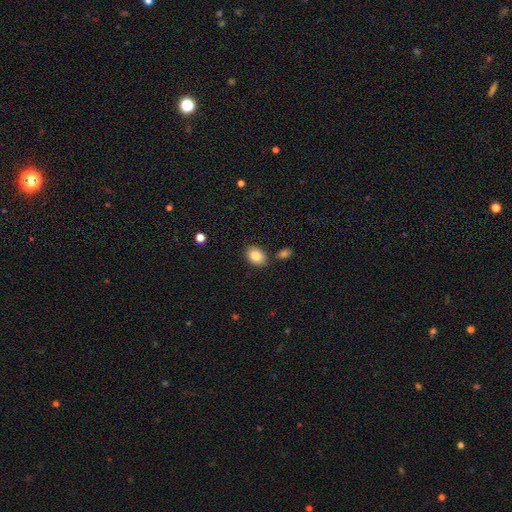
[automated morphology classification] A smooth galaxy with no disk features (84%) that is in between round and cigar-shaped (74%).

Vote fractions:
- Smooth or featured? smooth: 84% / featured or disk: 8% / star or artifact: 8%
- How rounded? in between: 74% / round: 25% / cigar-shaped: 1%
- Merging? none: 82% / minor disturbance: 11% / merger: 5% / major disturbance: 2%